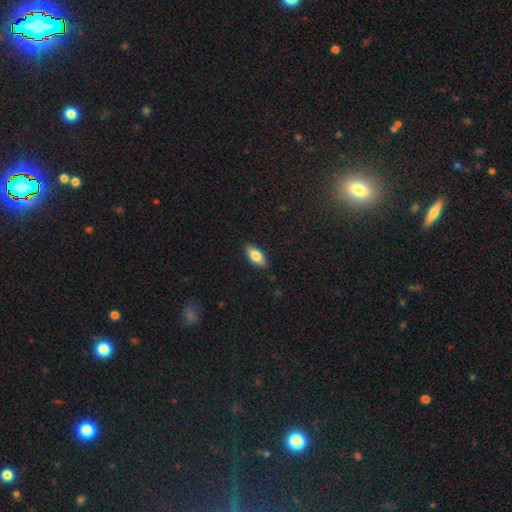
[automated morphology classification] Overall: smooth (76%). How rounded: in between (86%). Merging: none (85%).